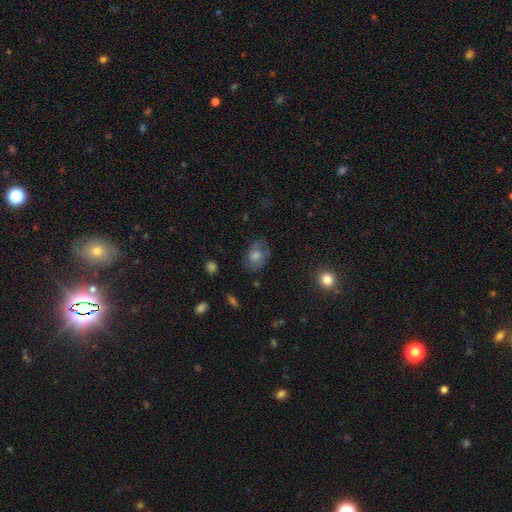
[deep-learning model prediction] Q: Smooth or featured?
A: smooth (55%); runner-up: featured or disk (30%)
Q: How rounded?
A: in between (64%); runner-up: round (35%)
Q: Merging?
A: none (72%); runner-up: minor disturbance (19%)